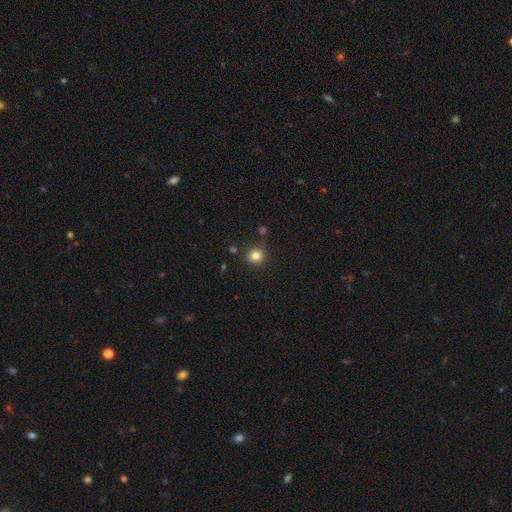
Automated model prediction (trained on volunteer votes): Smooth or featured: smooth — 83% (star or artifact — 13%)
How rounded: round — 92% (in between — 7%)
Merging: none — 87% (minor disturbance — 7%)